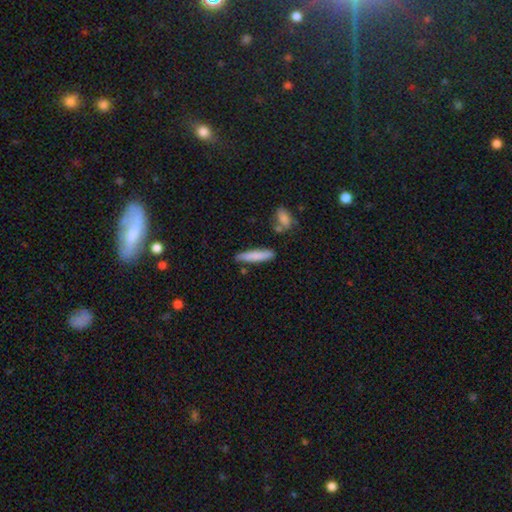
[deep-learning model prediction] smooth-or-featured: smooth: 80% | featured or disk: 14% | star or artifact: 6%
  how-rounded: cigar-shaped: 86% | in between: 13% | round: 2%
  merging: none: 80% | minor disturbance: 13% | merger: 5% | major disturbance: 3%